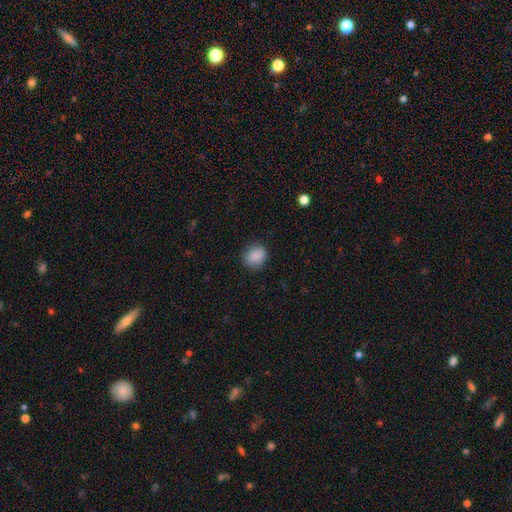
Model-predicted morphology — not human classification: This is clearly a smooth galaxy (87%). How rounded: possibly round (58%). Merging: clearly none (83%).